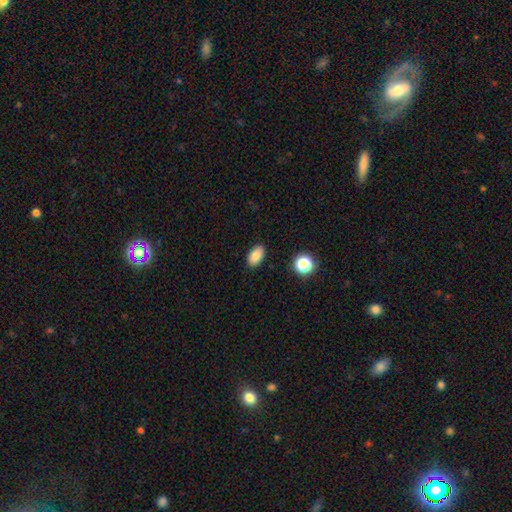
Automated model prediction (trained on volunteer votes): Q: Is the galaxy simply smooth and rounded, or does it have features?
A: smooth — 85%.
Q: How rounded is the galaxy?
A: in between — 91%.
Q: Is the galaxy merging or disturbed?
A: none — 88%.